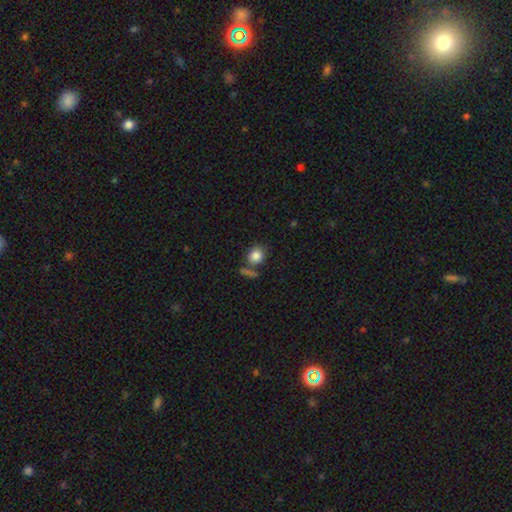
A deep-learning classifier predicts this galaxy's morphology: Smooth or featured? Predicted: smooth (p=0.84). How rounded? Predicted: round (p=0.67). Merging? Predicted: none (p=0.63).